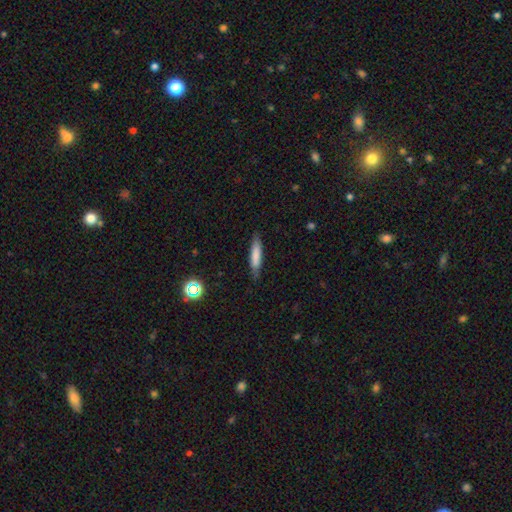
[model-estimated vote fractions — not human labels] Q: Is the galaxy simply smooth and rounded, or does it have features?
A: smooth — 77%.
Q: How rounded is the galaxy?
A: cigar-shaped — 83%.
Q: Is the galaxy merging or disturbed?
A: none — 81%.